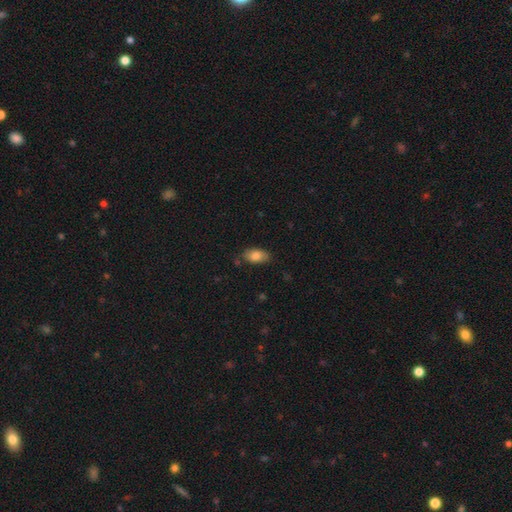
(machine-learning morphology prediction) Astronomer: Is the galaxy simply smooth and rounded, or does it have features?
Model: smooth — 82%.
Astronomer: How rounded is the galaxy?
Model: in between — 92%.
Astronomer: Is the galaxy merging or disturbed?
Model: none — 80%.